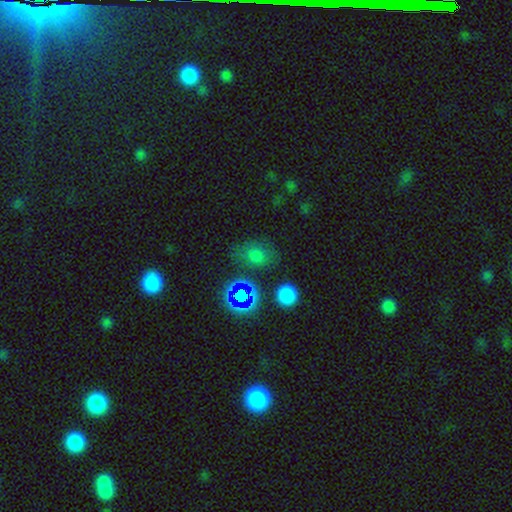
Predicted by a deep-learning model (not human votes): Smooth or featured? Predicted: smooth (p=0.62). How rounded? Predicted: round (p=0.54). Merging? Predicted: none (p=0.69).